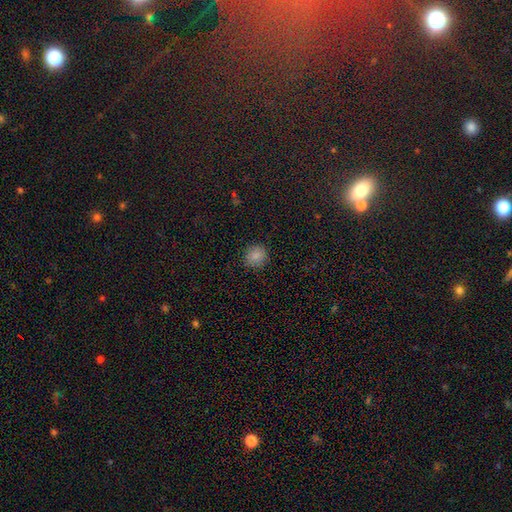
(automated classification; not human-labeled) Smooth or featured? smooth (84%)
How rounded? round (82%)
Merging? none (88%)